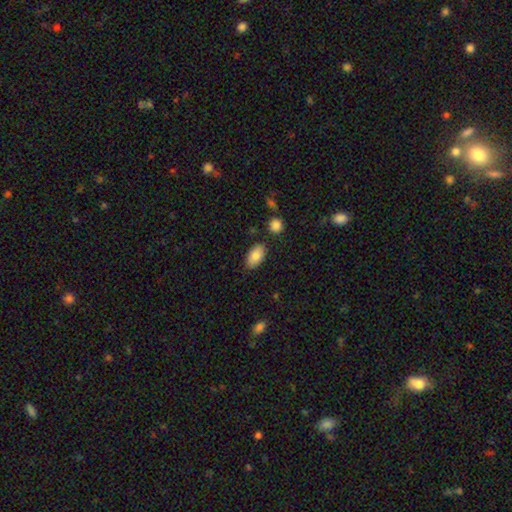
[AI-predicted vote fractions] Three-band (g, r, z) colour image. It shows a smooth galaxy with no disk features (86%) that is in between round and cigar-shaped (94%). Merging: none (83%).